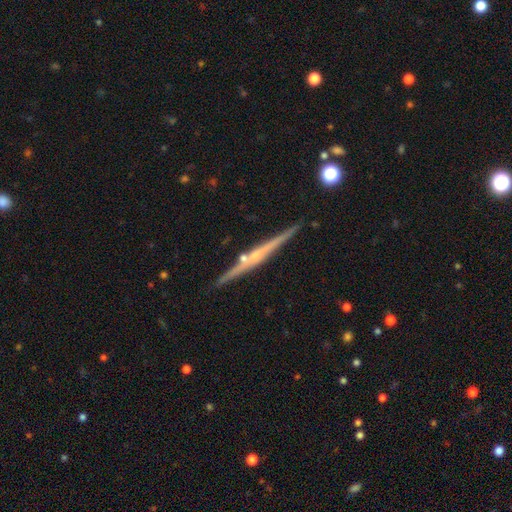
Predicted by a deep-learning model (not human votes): Smooth or featured: featured or disk — 76% (smooth — 18%)
Edge-on disk: yes — 98% (no — 2%)
Edge-on bulge: rounded — 54% (none — 36%)
Merging: none — 86% (minor disturbance — 8%)